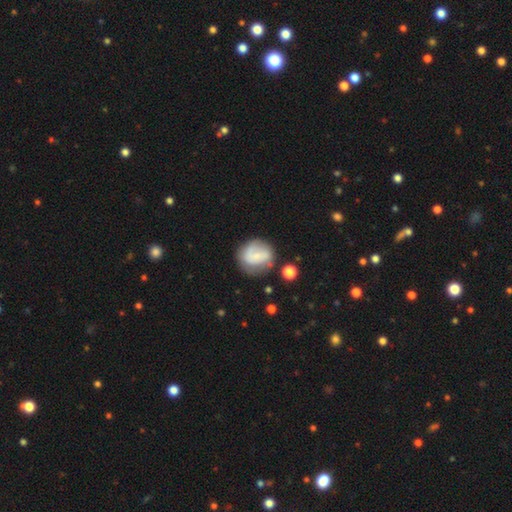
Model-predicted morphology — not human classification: type=smooth (50%); roundness=round (78%); merging=none (58%).